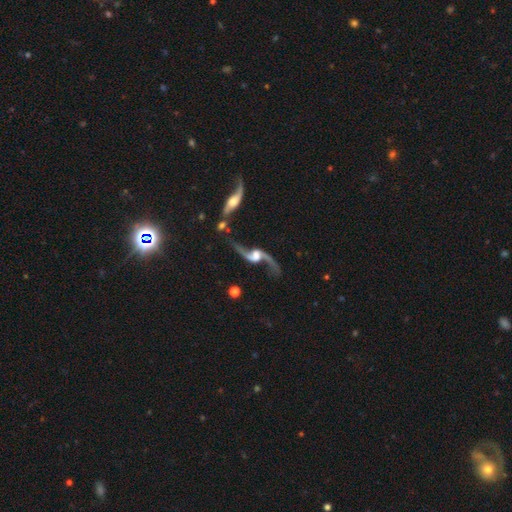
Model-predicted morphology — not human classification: This is clearly a featured or disk galaxy (90%). It is clearly not viewed edge-on (87%). Bar: marginally no (44%). Spiral arm pattern: clearly yes (96%). Spiral arm count: clearly 2 (94%). Spiral winding: clearly loose (92%). Central bulge: marginally moderate (37%). Merging: likely none (61%).